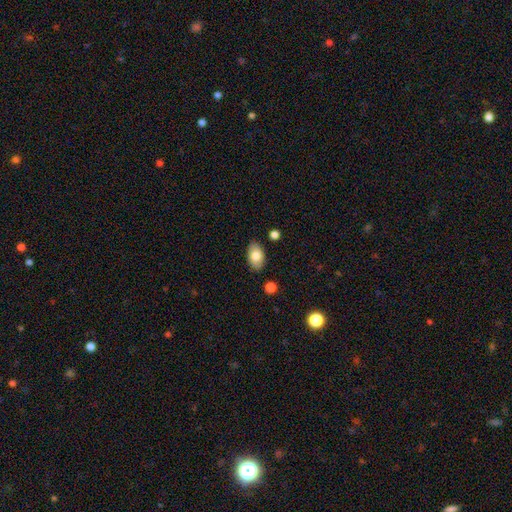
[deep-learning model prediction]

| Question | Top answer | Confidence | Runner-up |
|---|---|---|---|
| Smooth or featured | smooth | 80% | featured or disk (13%) |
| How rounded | in between | 92% | round (6%) |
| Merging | none | 85% | minor disturbance (10%) |